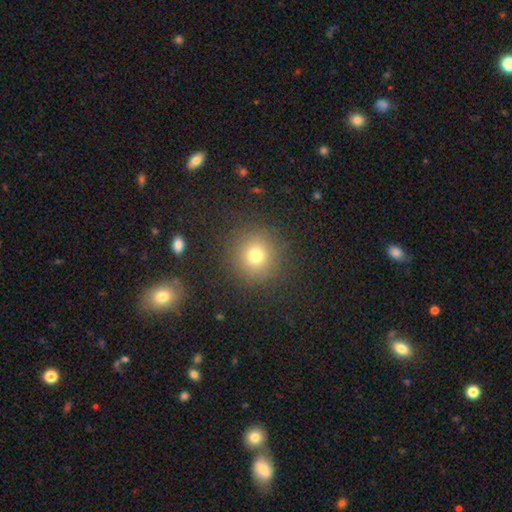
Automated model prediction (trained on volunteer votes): Smooth or featured?
  - smooth: 73% *
  - star or artifact: 18%
  - featured or disk: 9%
How rounded?
  - round: 93% *
  - in between: 6%
  - cigar-shaped: 1%
Merging?
  - none: 88% *
  - minor disturbance: 7%
  - major disturbance: 4%
  - merger: 1%